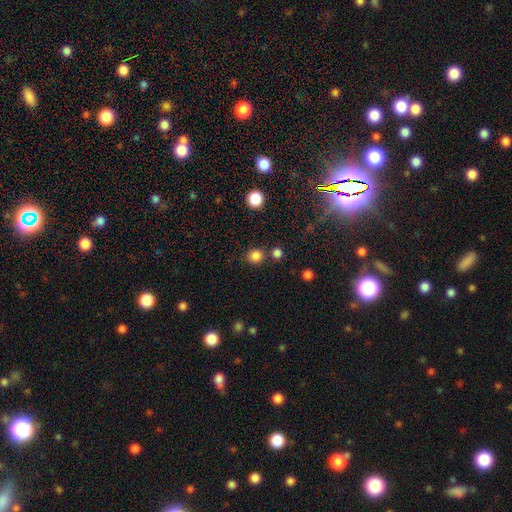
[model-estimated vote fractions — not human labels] Overall: smooth (83%). How rounded: round (85%). Merging: none (78%).